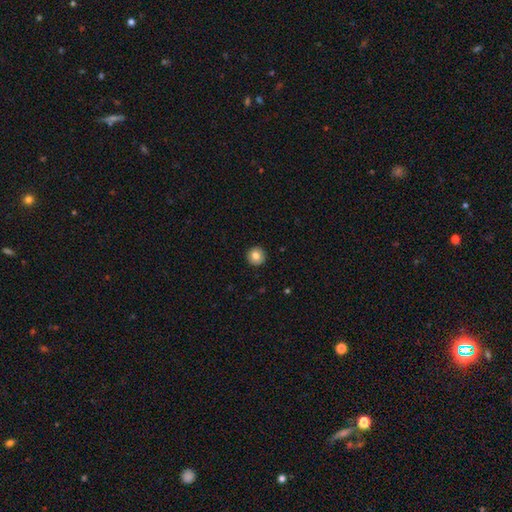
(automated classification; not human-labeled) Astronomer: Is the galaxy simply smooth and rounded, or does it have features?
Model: smooth — 82%.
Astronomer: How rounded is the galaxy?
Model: round — 96%.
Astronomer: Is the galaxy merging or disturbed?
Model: none — 93%.